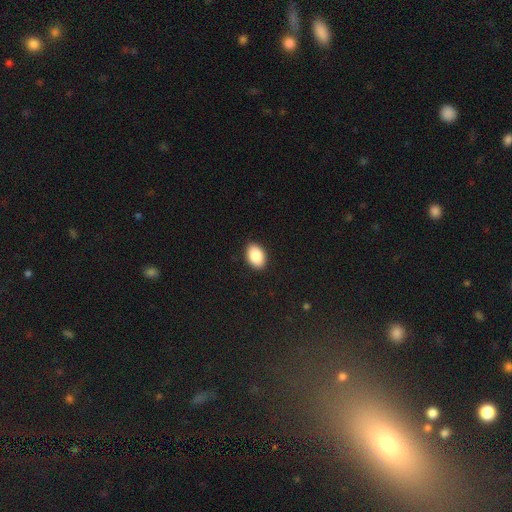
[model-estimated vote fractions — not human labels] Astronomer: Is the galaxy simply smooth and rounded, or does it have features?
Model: smooth — 88%.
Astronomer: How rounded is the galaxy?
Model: in between — 89%.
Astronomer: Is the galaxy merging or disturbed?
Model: none — 90%.